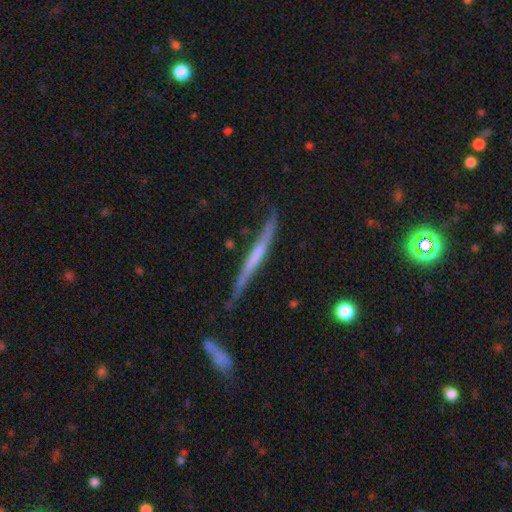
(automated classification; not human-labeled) Smooth or featured?
  - featured or disk: 61% *
  - smooth: 32%
  - star or artifact: 6%
Edge-on disk?
  - yes: 92% *
  - no: 8%
Edge-on bulge?
  - none: 71% *
  - rounded: 17%
  - boxy: 12%
Merging?
  - none: 65% *
  - minor disturbance: 25%
  - major disturbance: 7%
  - merger: 4%